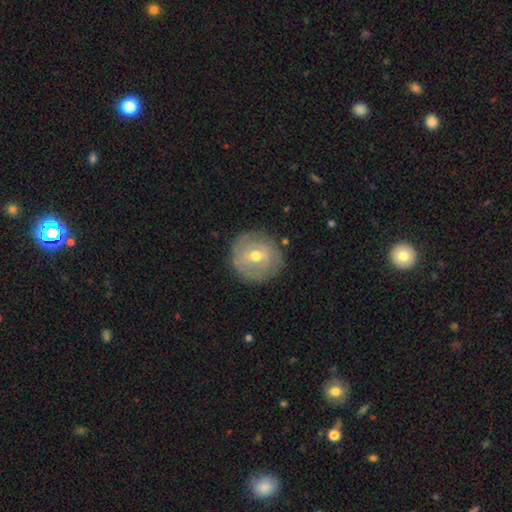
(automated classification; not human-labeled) A featured or disk galaxy (68%) with a weak bar (49%), spiral arms (69%) and a moderate central bulge (69%). Merging: none (82%).